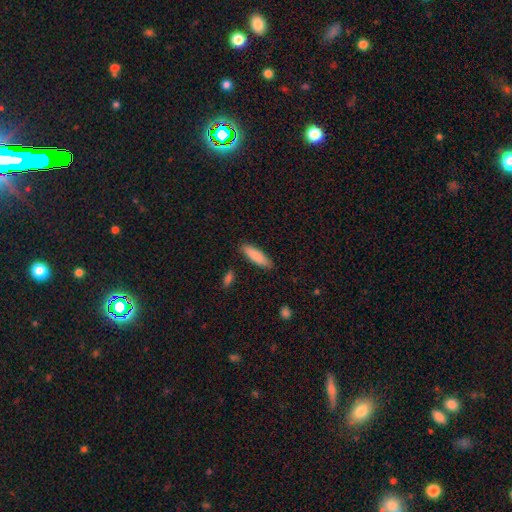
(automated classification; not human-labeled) This appears to be a smooth galaxy with no disk features (86%) that is cigar-shaped (64%). Merging: none (87%).